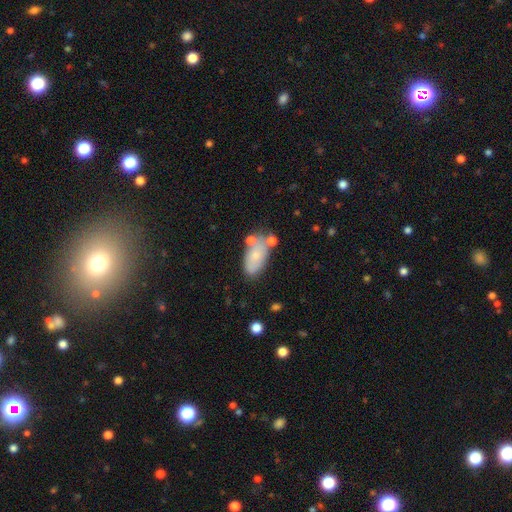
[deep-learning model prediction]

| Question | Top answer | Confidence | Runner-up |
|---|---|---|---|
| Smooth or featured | smooth | 71% | featured or disk (21%) |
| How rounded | in between | 91% | cigar-shaped (4%) |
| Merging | none | 58% | minor disturbance (20%) |